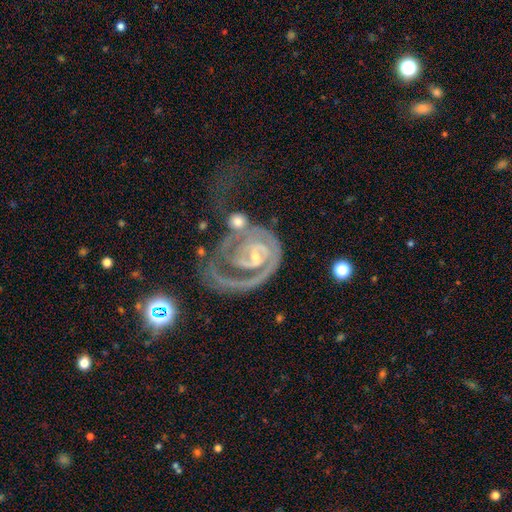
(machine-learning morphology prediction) Smooth or featured? Predicted: featured or disk (p=0.87). Edge-on disk? Predicted: no (p=0.98). Bar? Predicted: weak (p=0.42). Spiral arms? Predicted: yes (p=0.92). Spiral winding? Predicted: tight (p=0.60). Spiral arm count? Predicted: 1 (p=0.45). Bulge size? Predicted: small (p=0.62). Merging? Predicted: major disturbance (p=0.37).